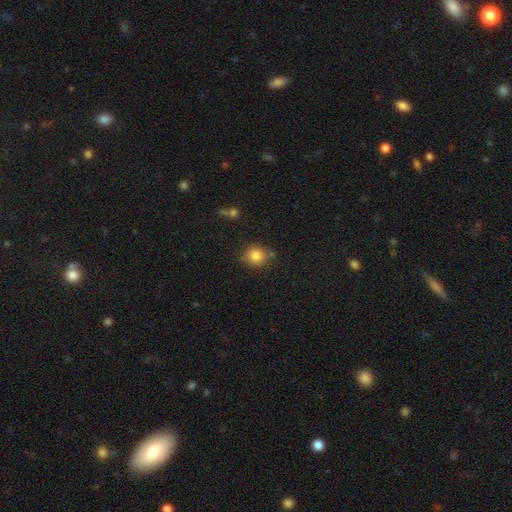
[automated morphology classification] A smooth galaxy with no disk features (84%) that is round (81%).

Vote fractions:
- Smooth or featured? smooth: 84% / star or artifact: 10% / featured or disk: 6%
- How rounded? round: 81% / in between: 18% / cigar-shaped: 1%
- Merging? none: 75% / minor disturbance: 14% / merger: 6% / major disturbance: 4%